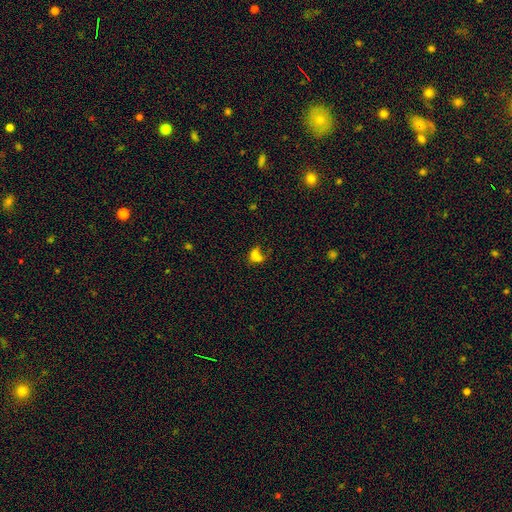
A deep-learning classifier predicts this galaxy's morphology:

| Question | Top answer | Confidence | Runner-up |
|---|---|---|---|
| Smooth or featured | smooth | 63% | star or artifact (20%) |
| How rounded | in between | 63% | round (34%) |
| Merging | merger | 47% | none (26%) |